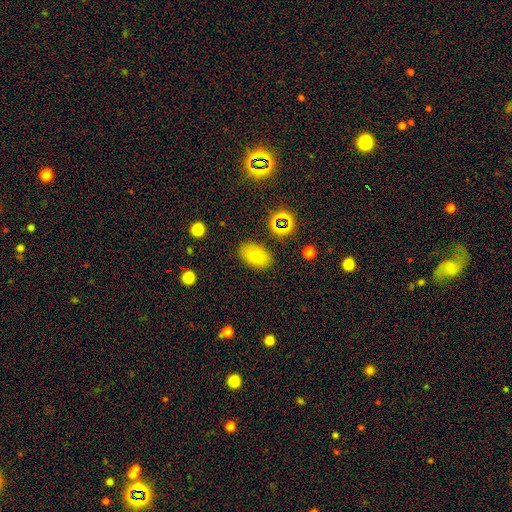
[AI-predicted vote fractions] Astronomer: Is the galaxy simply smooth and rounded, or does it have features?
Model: smooth — 71%.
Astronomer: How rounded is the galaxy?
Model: in between — 88%.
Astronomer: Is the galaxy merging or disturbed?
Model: none — 86%.